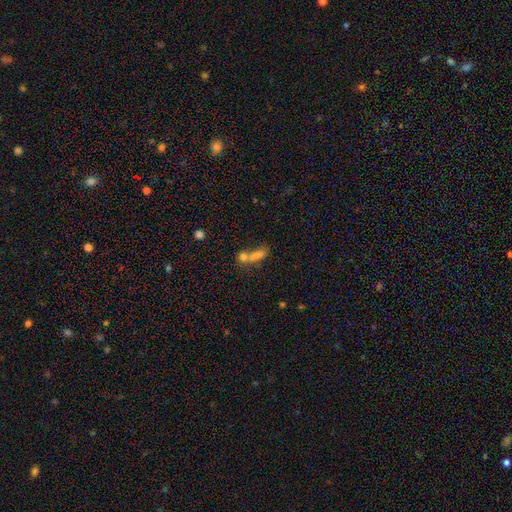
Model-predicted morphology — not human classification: Smooth or featured? Predicted: smooth (p=0.58). How rounded? Predicted: in between (p=0.47). Merging? Predicted: merger (p=0.47).